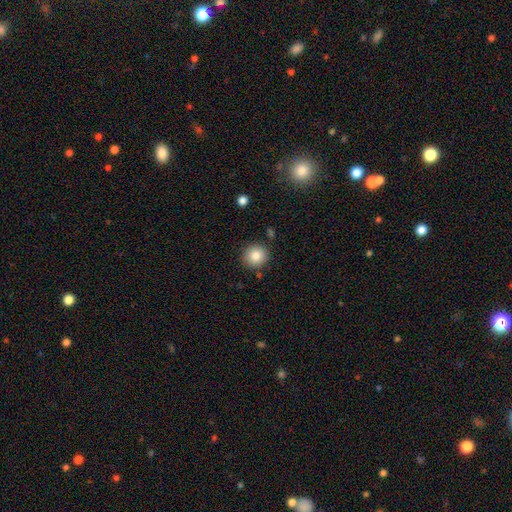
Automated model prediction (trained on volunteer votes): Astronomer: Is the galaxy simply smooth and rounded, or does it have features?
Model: smooth — 83%.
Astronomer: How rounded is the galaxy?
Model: round — 91%.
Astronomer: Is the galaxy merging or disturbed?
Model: none — 87%.